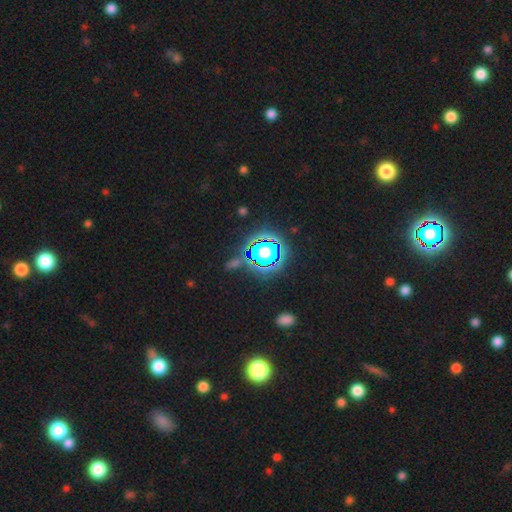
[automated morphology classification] The model was most divided on "smooth or featured": star or artifact: 82%, smooth: 11%, featured or disk: 7%.